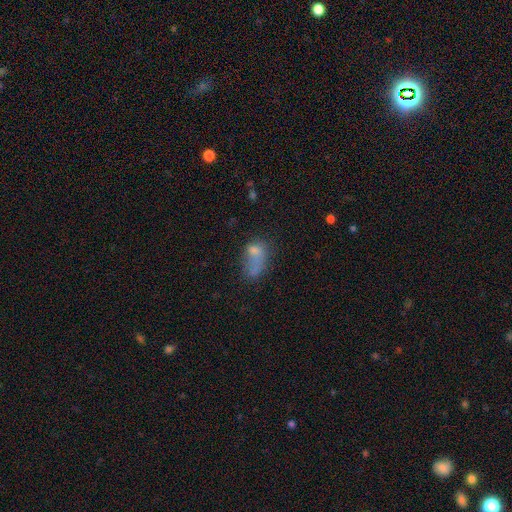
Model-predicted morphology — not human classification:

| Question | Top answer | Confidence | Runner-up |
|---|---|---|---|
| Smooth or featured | smooth | 62% | featured or disk (23%) |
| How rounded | in between | 81% | round (15%) |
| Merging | major disturbance | 33% | none (25%) |